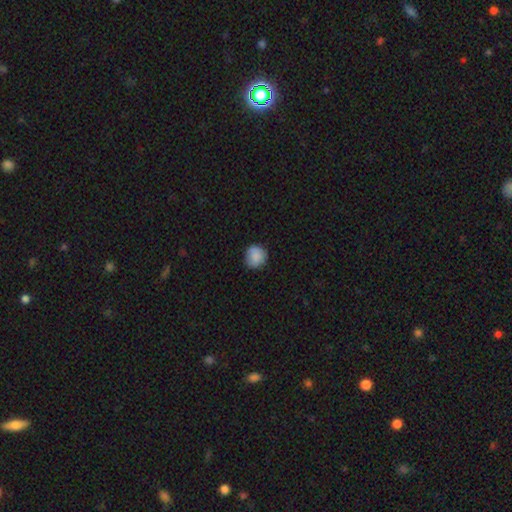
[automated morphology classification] Smooth or featured?
  - smooth: 86% *
  - star or artifact: 8%
  - featured or disk: 6%
How rounded?
  - round: 86% *
  - in between: 13%
  - cigar-shaped: 1%
Merging?
  - none: 79% *
  - minor disturbance: 16%
  - major disturbance: 3%
  - merger: 1%